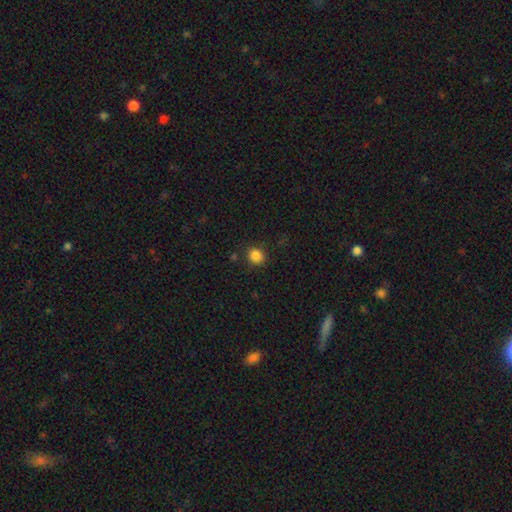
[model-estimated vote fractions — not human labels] Smooth or featured? smooth (85%)
How rounded? round (85%)
Merging? none (87%)